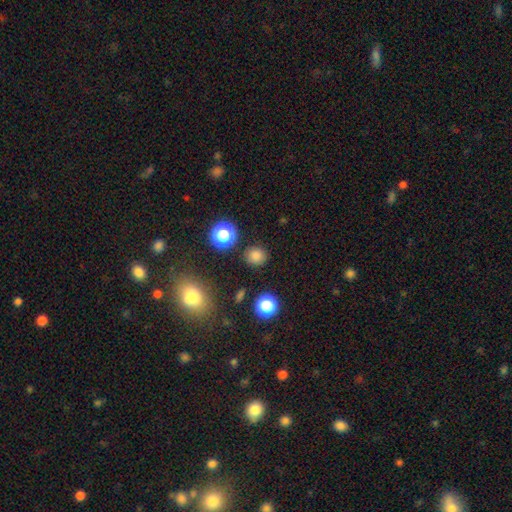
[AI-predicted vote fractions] smooth-or-featured: smooth: 79% | star or artifact: 17% | featured or disk: 4%
  how-rounded: round: 86% | in between: 13% | cigar-shaped: 1%
  merging: none: 87% | minor disturbance: 8% | major disturbance: 3% | merger: 2%